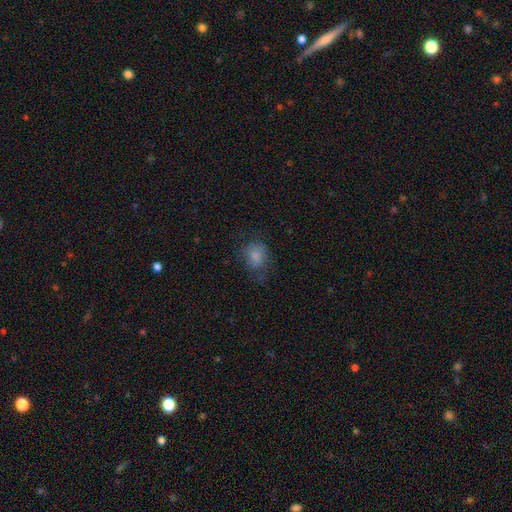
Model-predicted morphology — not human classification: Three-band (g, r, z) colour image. It shows a smooth galaxy with no disk features (79%) that is round (53%). Merging: none (62%).